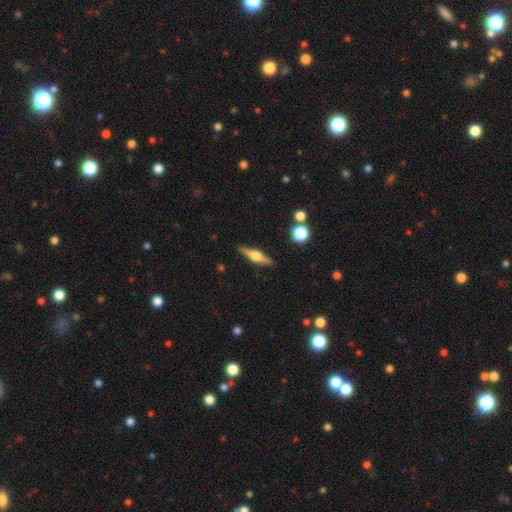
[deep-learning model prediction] This appears to be a featured or disk galaxy (68%) viewed edge-on (97%) with a rounded central bulge (93%). Merging: none (89%).